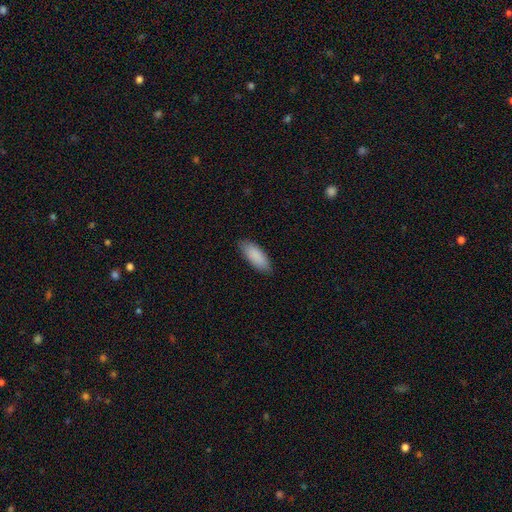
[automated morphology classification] Smooth or featured? smooth (89%)
How rounded? in between (79%)
Merging? none (85%)